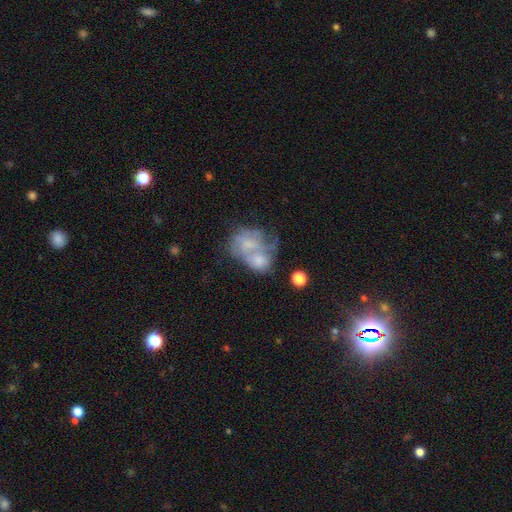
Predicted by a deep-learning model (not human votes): A featured or disk galaxy (54%) with no bar (79%), no spiral arms (60%) and no central bulge (42%).

Vote fractions:
- Smooth or featured? featured or disk: 54% / smooth: 32% / star or artifact: 13%
- Edge-on disk? no: 97% / yes: 3%
- Bar? no: 79% / weak: 16% / strong: 4%
- Spiral arms? no: 60% / yes: 40%
- Bulge size? none: 42% / small: 31% / moderate: 21% / large: 4% / dominant: 2%
- Merging? merger: 50% / none: 21% / major disturbance: 17% / minor disturbance: 13%